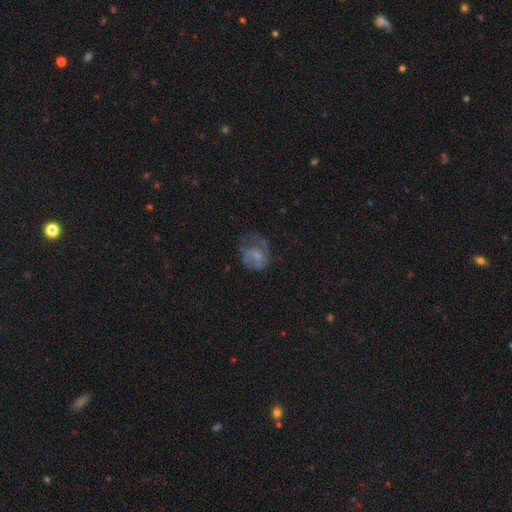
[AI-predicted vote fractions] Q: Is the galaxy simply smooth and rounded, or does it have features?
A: featured or disk — 51%.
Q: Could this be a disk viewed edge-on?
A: no — 98%.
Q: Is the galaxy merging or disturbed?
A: major disturbance — 39%.